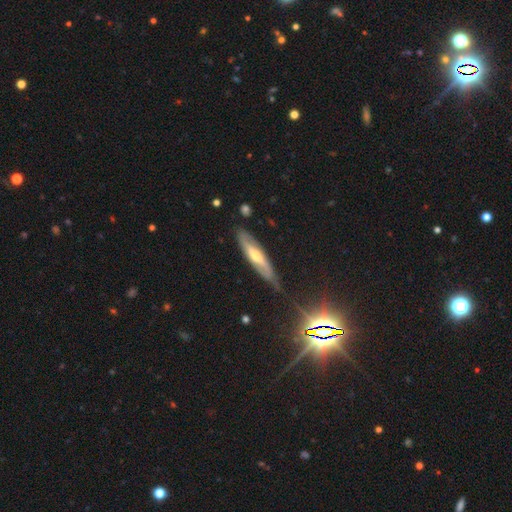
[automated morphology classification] This appears to be a featured or disk galaxy (64%). Merging: none (76%).